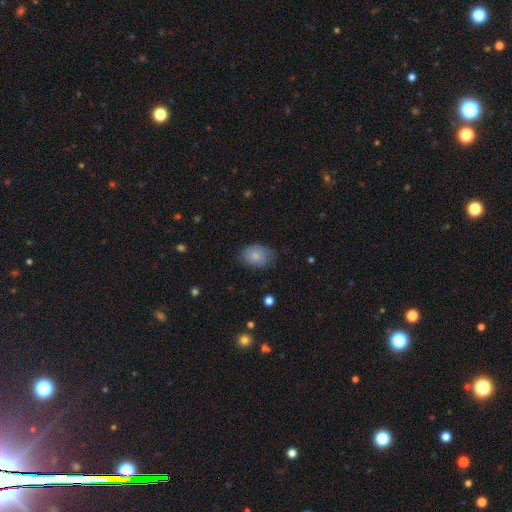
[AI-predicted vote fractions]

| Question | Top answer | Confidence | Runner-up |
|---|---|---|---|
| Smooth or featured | smooth | 78% | featured or disk (15%) |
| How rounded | in between | 74% | round (25%) |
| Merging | none | 65% | minor disturbance (27%) |